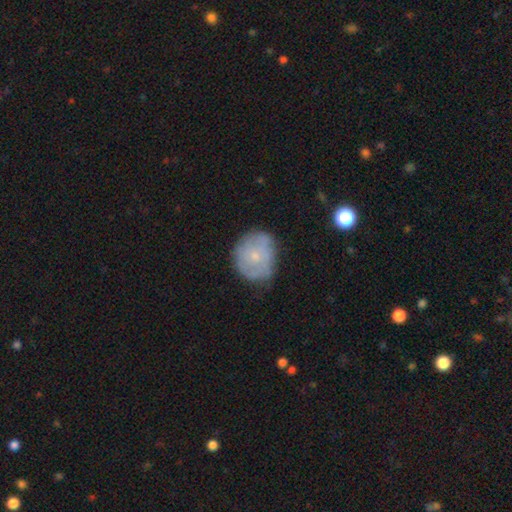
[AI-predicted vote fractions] Overall: smooth (52%; featured or disk 40%). How rounded: round (77%). Merging: none (66%).